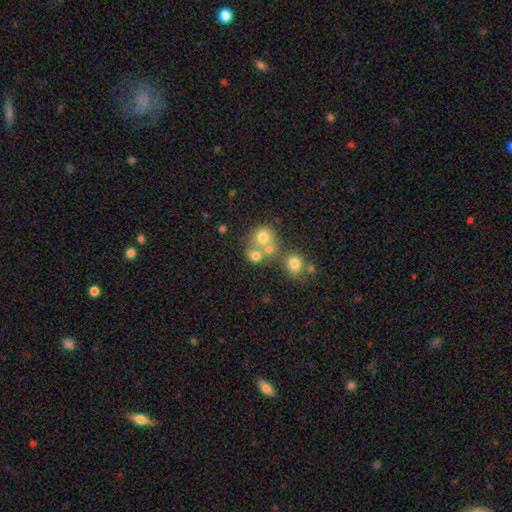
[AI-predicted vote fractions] Smooth or featured: smooth — 66% (featured or disk — 19%)
How rounded: round — 75% (in between — 24%)
Merging: merger — 49% (none — 37%)